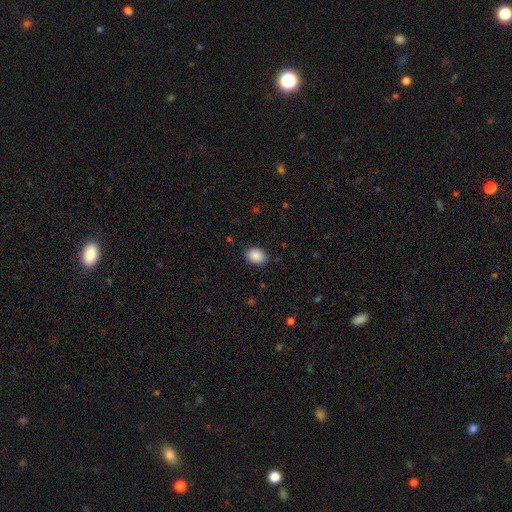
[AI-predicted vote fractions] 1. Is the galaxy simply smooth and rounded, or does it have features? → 89% smooth, 7% star or artifact, 3% featured or disk.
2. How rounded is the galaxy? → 73% in between, 27% round, 1% cigar-shaped.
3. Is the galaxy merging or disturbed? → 85% none, 11% minor disturbance, 2% major disturbance, 1% merger.